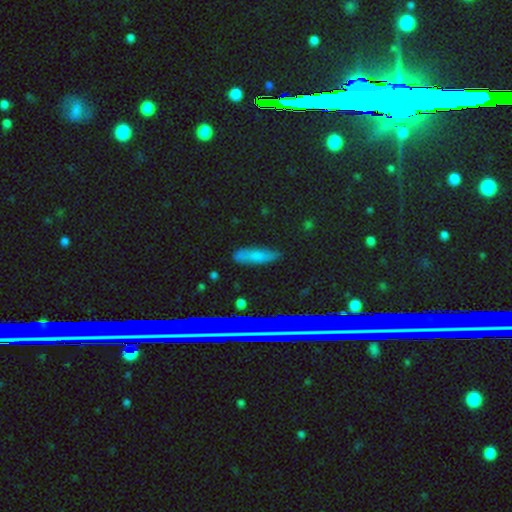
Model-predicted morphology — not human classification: This is possibly a smooth galaxy (57%). How rounded: possibly in between (51%). Merging: clearly none (81%).